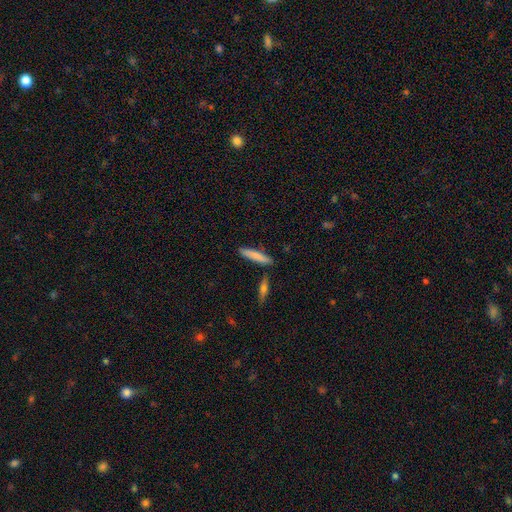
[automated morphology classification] Overall: smooth (79%). How rounded: cigar-shaped (86%). Merging: none (83%).